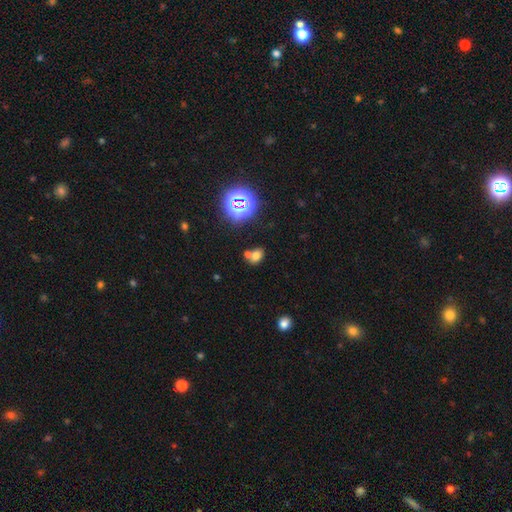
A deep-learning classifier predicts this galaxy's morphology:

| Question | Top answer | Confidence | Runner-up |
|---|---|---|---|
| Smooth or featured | smooth | 64% | star or artifact (24%) |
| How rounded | in between | 66% | round (32%) |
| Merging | none | 46% | merger (40%) |